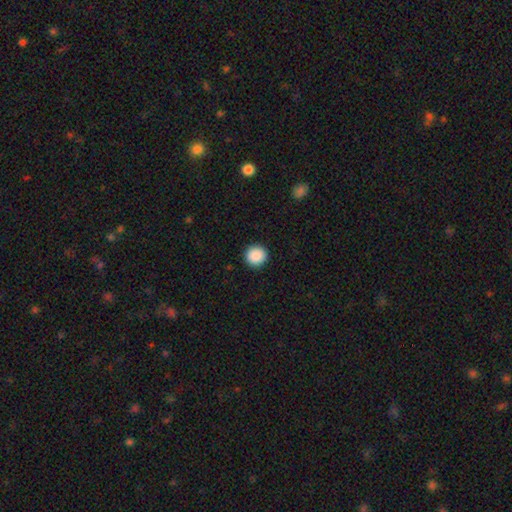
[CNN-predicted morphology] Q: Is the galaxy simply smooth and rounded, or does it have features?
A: smooth — 90%.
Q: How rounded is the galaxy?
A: round — 94%.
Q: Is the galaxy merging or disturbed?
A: none — 93%.